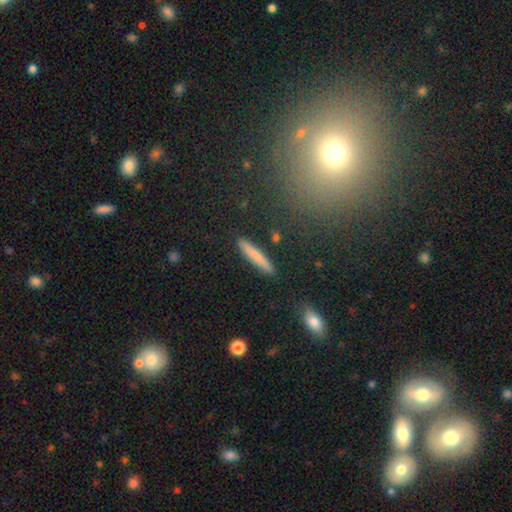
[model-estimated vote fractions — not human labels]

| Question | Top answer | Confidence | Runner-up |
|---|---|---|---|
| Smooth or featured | smooth | 76% | featured or disk (17%) |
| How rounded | cigar-shaped | 93% | in between (5%) |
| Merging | none | 89% | minor disturbance (7%) |